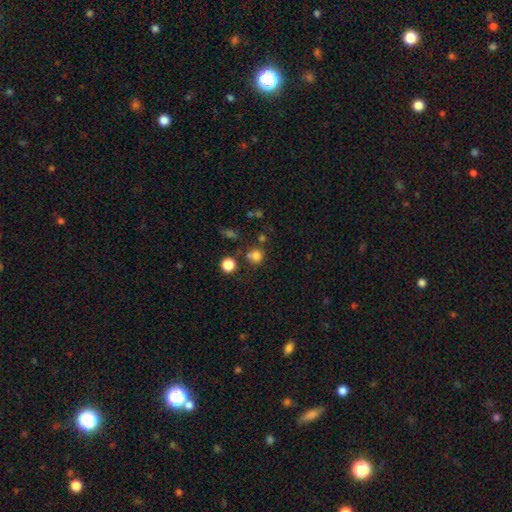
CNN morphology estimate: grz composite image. It shows a smooth galaxy with no disk features (79%) that is round (89%). Merging: none (68%).